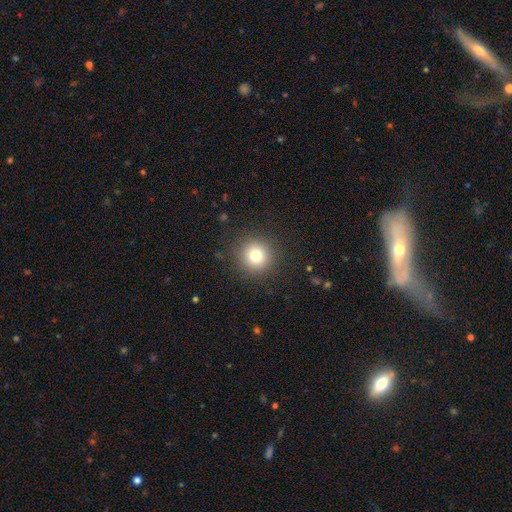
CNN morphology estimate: type=smooth (78%); roundness=round (95%); merging=none (90%).